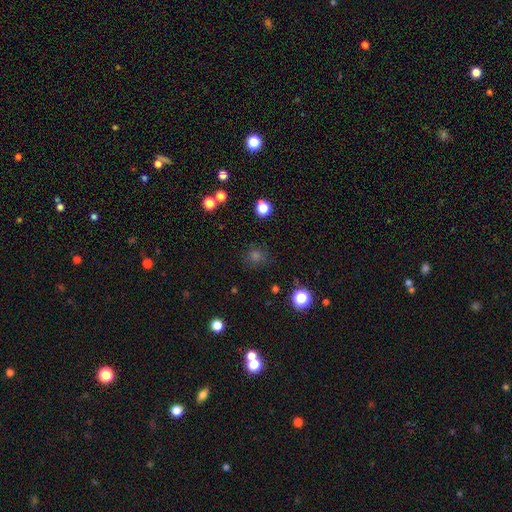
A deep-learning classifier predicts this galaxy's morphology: smooth 62%, star or artifact 30%, featured or disk 8%. Down the decision tree: how rounded — round (86%); merging — none (83%).